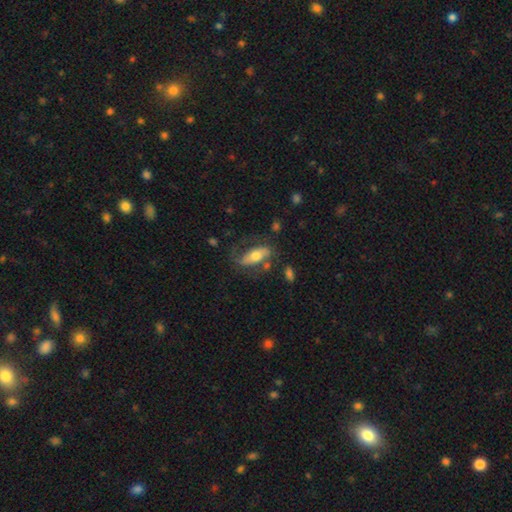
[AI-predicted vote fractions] Smooth or featured: featured or disk — 54% (smooth — 40%)
Edge-on disk: no — 82% (yes — 18%)
Merging: none — 53% (minor disturbance — 21%)